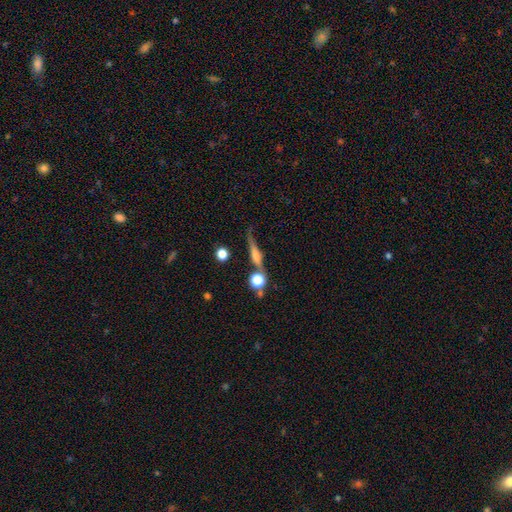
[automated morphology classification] Smooth or featured? Predicted: featured or disk (p=0.51). Edge-on disk? Predicted: yes (p=0.88). Merging? Predicted: none (p=0.60).